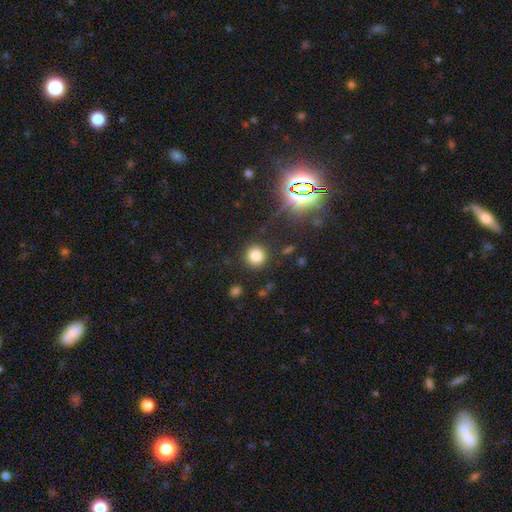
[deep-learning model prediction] smooth_or_featured: smooth (p=0.77) [alt: star or artifact p=0.17]
how_rounded: round (p=0.93) [alt: in between p=0.06]
merging: none (p=0.88) [alt: minor disturbance p=0.07]